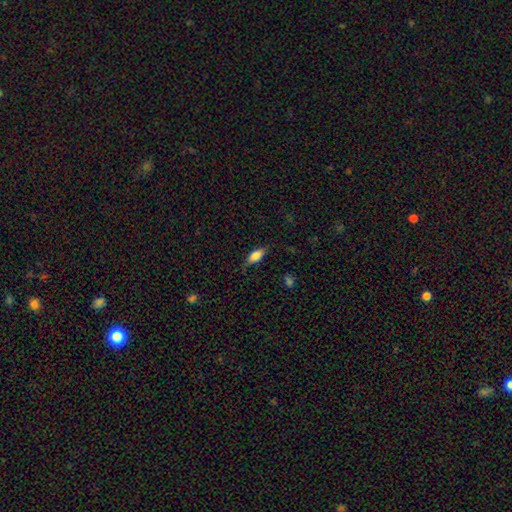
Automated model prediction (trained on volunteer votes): Q: Smooth or featured?
A: smooth (79%); runner-up: featured or disk (14%)
Q: How rounded?
A: in between (79%); runner-up: cigar-shaped (18%)
Q: Merging?
A: none (76%); runner-up: minor disturbance (18%)